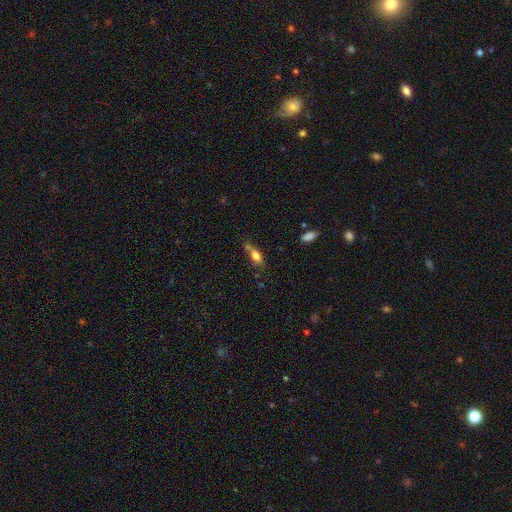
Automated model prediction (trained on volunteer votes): smooth-or-featured: smooth: 67% | featured or disk: 24% | star or artifact: 9%
  how-rounded: in between: 64% | cigar-shaped: 31% | round: 5%
  merging: none: 50% | minor disturbance: 25% | merger: 16% | major disturbance: 8%